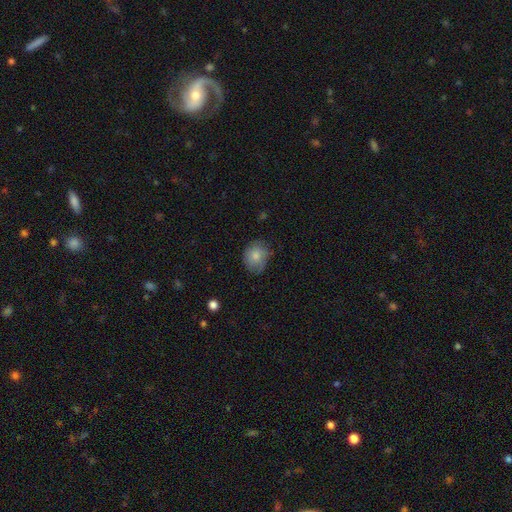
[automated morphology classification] Smooth or featured? smooth (80%)
How rounded? round (65%)
Merging? none (66%)